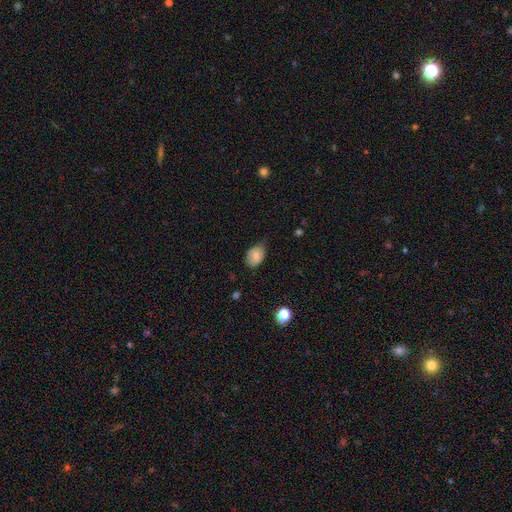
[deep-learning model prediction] A smooth galaxy with no disk features (78%) that is in between round and cigar-shaped (78%).

Vote fractions:
- Smooth or featured? smooth: 78% / featured or disk: 14% / star or artifact: 8%
- How rounded? in between: 78% / round: 20% / cigar-shaped: 1%
- Merging? none: 58% / minor disturbance: 34% / major disturbance: 6% / merger: 1%